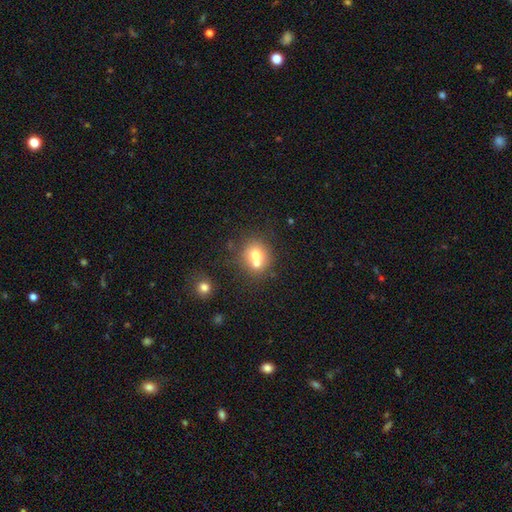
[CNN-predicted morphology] smooth_or_featured: smooth (p=0.69) [alt: featured or disk p=0.20]
how_rounded: round (p=0.78) [alt: in between p=0.21]
merging: merger (p=0.45) [alt: none p=0.43]